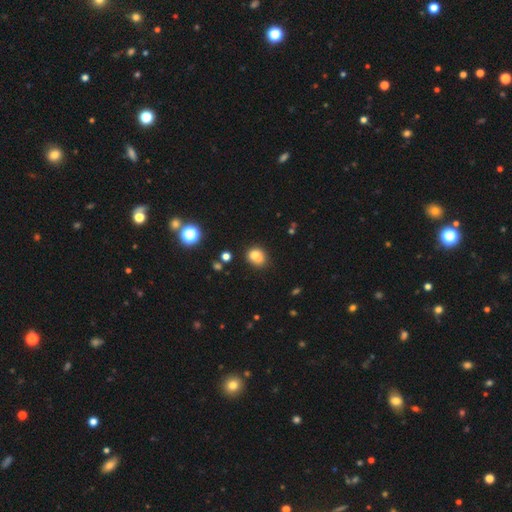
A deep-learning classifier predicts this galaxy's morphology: smooth_or_featured: smooth (p=0.80) [alt: star or artifact p=0.13]
how_rounded: round (p=0.57) [alt: in between p=0.42]
merging: none (p=0.68) [alt: minor disturbance p=0.19]